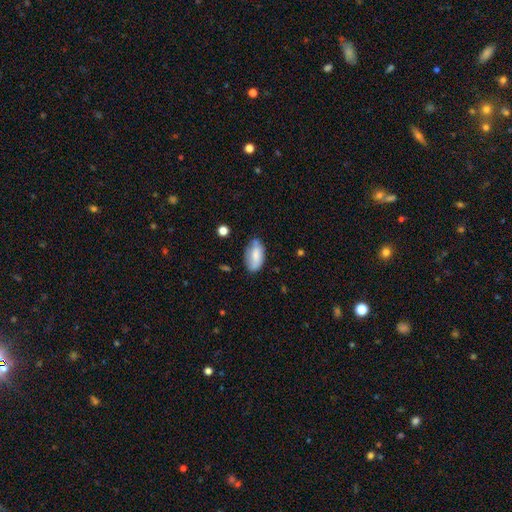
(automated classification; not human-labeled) Smooth or featured? smooth (75%)
How rounded? in between (93%)
Merging? none (59%)